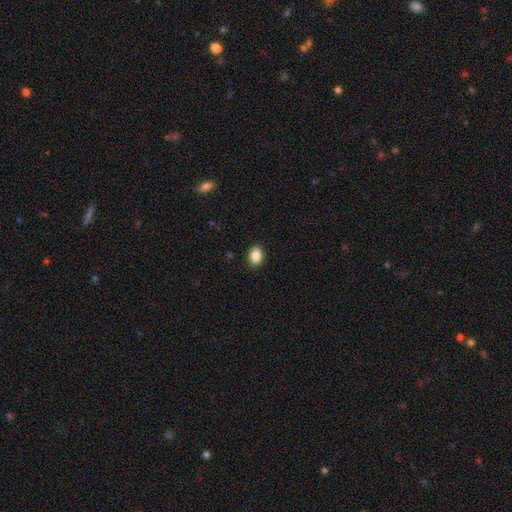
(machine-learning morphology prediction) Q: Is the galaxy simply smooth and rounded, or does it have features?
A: smooth — 87%.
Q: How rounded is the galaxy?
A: in between — 72%.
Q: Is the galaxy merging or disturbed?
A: none — 90%.